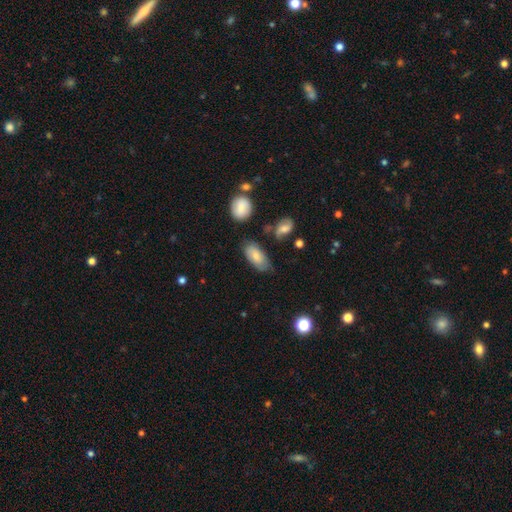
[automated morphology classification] Q: Smooth or featured?
A: smooth (73%); runner-up: featured or disk (20%)
Q: How rounded?
A: in between (91%); runner-up: cigar-shaped (5%)
Q: Merging?
A: none (65%); runner-up: minor disturbance (24%)